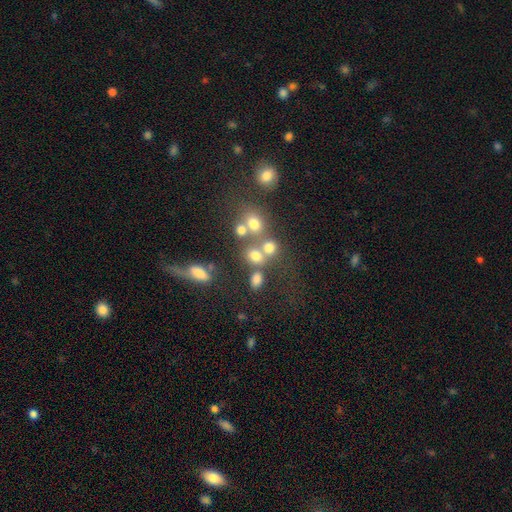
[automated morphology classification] A smooth galaxy with no disk features (68%) that is round (57%).

Vote fractions:
- Smooth or featured? smooth: 68% / star or artifact: 18% / featured or disk: 14%
- How rounded? round: 57% / in between: 41% / cigar-shaped: 2%
- Merging? none: 45% / merger: 36% / minor disturbance: 11% / major disturbance: 8%